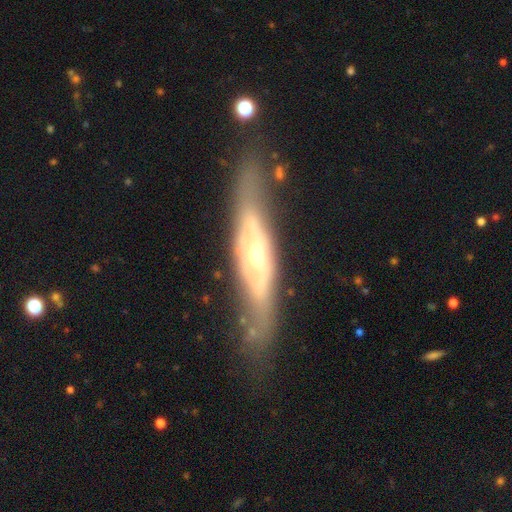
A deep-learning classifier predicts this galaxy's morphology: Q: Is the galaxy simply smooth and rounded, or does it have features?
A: featured or disk — 72%.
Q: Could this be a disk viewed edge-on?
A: no — 50%, tied with yes.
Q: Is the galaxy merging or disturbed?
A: none — 69%.